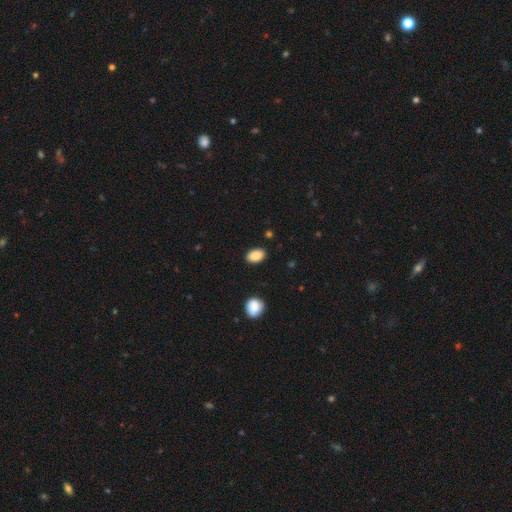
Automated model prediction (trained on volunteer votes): smooth_or_featured: smooth (p=0.88) [alt: star or artifact p=0.08]
how_rounded: in between (p=0.88) [alt: round p=0.10]
merging: none (p=0.89) [alt: minor disturbance p=0.08]